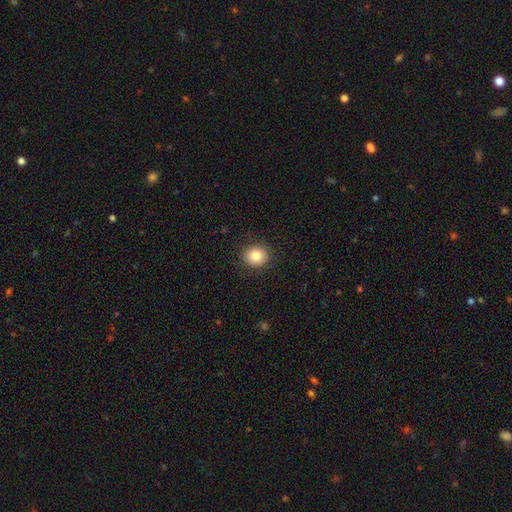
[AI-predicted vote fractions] Smooth or featured? smooth (83%)
How rounded? round (82%)
Merging? none (90%)